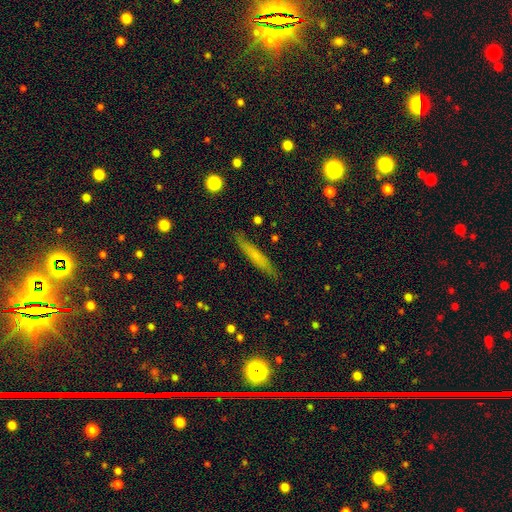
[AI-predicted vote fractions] A smooth galaxy with no disk features (60%) that is cigar-shaped (93%). Merging: none (87%).